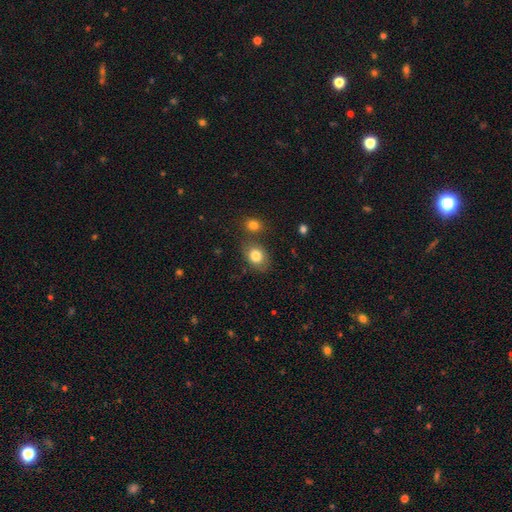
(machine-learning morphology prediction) Q: Smooth or featured?
A: smooth (82%); runner-up: featured or disk (9%)
Q: How rounded?
A: in between (62%); runner-up: round (37%)
Q: Merging?
A: none (70%); runner-up: minor disturbance (14%)